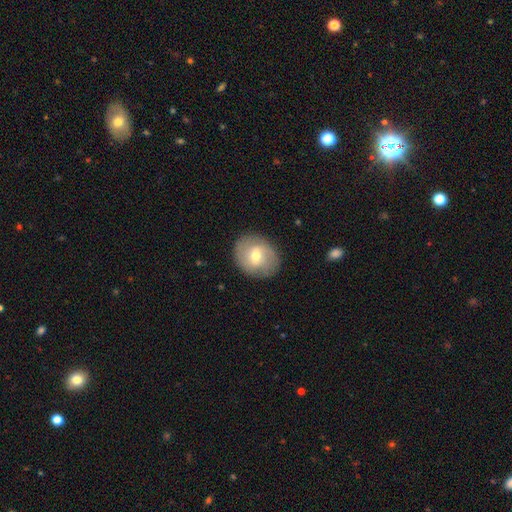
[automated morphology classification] This is possibly a smooth galaxy (47%). Merging: clearly none (84%).